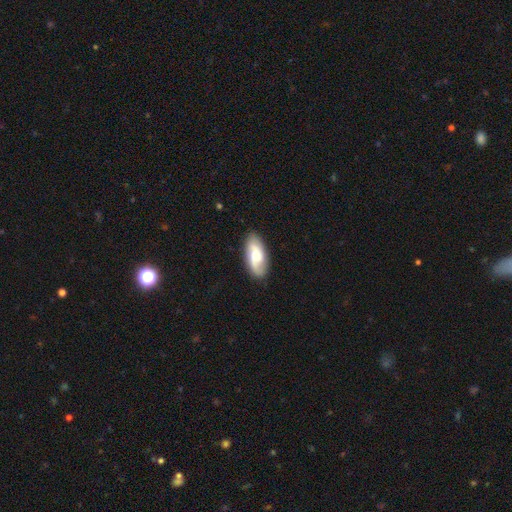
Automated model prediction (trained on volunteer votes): Smooth or featured?
  - smooth: 50% *
  - featured or disk: 44%
  - star or artifact: 6%
Merging?
  - none: 84% *
  - minor disturbance: 12%
  - major disturbance: 3%
  - merger: 1%